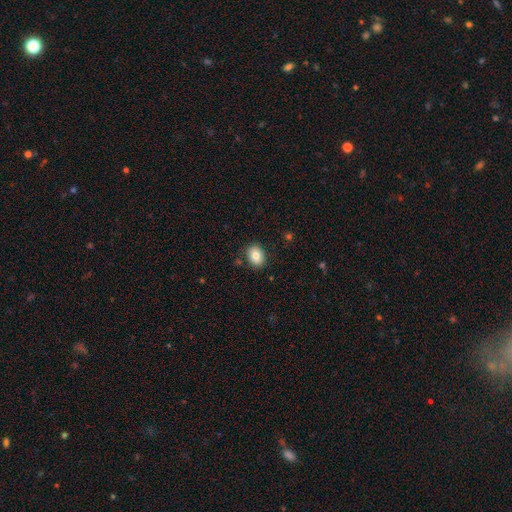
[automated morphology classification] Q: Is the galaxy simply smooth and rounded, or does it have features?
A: smooth — 82%.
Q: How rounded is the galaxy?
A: in between — 57%.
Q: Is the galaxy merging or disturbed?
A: none — 86%.